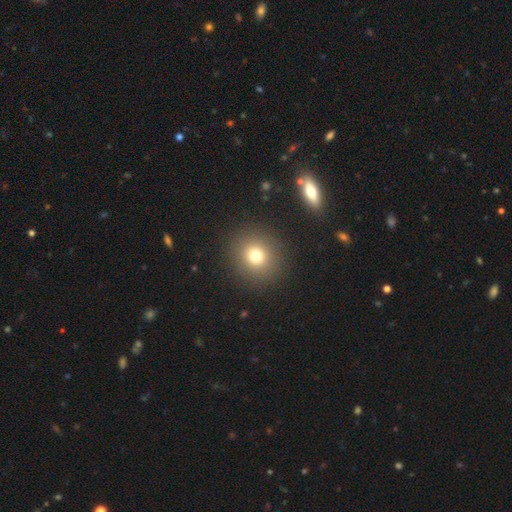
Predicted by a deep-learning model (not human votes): A smooth galaxy with no disk features (75%) that is round (88%). Merging: none (89%).